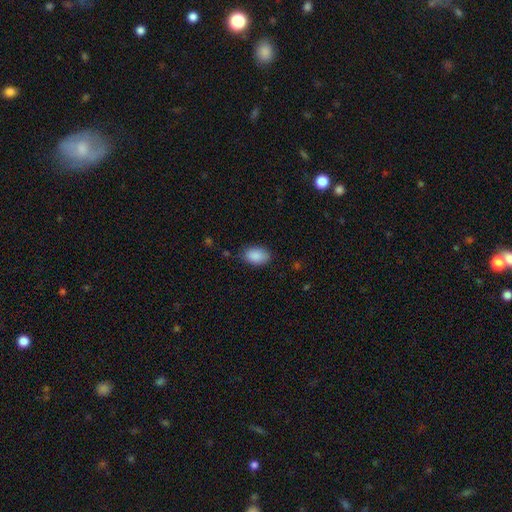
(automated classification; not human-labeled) A smooth galaxy with no disk features (90%) that is in between round and cigar-shaped (91%).

Vote fractions:
- Smooth or featured? smooth: 90% / star or artifact: 7% / featured or disk: 4%
- How rounded? in between: 91% / round: 8% / cigar-shaped: 1%
- Merging? none: 81% / minor disturbance: 15% / major disturbance: 3% / merger: 1%